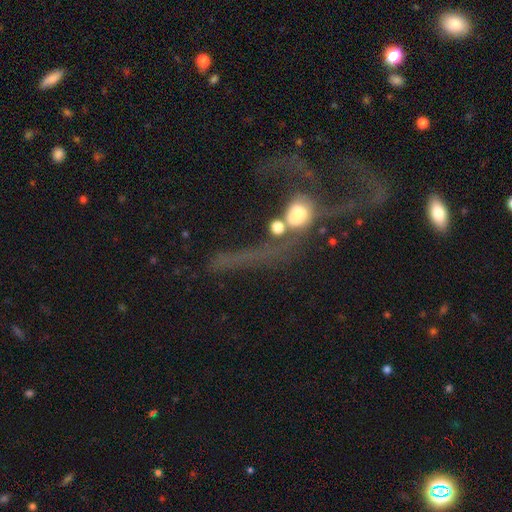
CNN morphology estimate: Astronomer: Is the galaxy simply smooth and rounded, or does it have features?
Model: featured or disk — 49% (runner-up: smooth, 26%).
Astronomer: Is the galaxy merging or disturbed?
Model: none — 36% (runner-up: major disturbance, 28%).